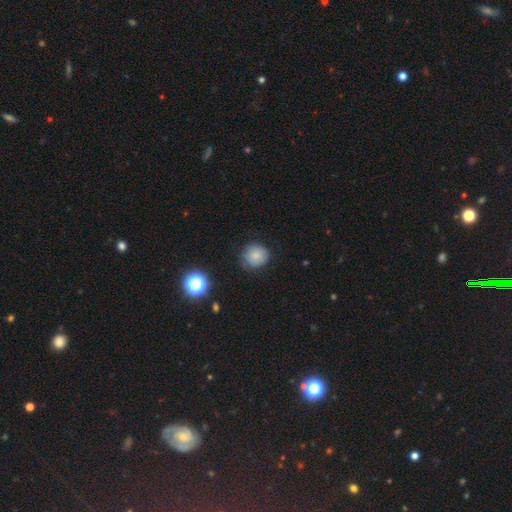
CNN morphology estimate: smooth 82%, star or artifact 11%, featured or disk 7%. Down the decision tree: how rounded — round (89%); merging — none (81%).